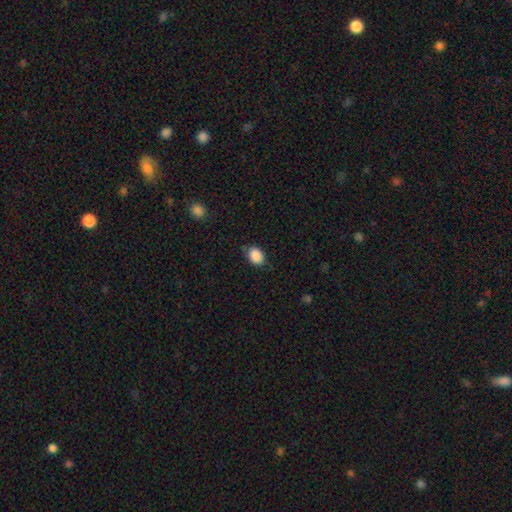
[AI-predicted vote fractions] Overall: smooth (88%). How rounded: in between (71%). Merging: none (77%).